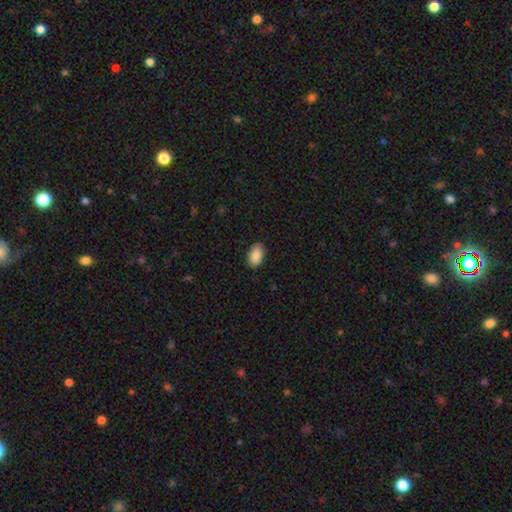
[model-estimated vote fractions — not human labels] A smooth galaxy with no disk features (89%) that is in between round and cigar-shaped (92%). Merging: none (87%).